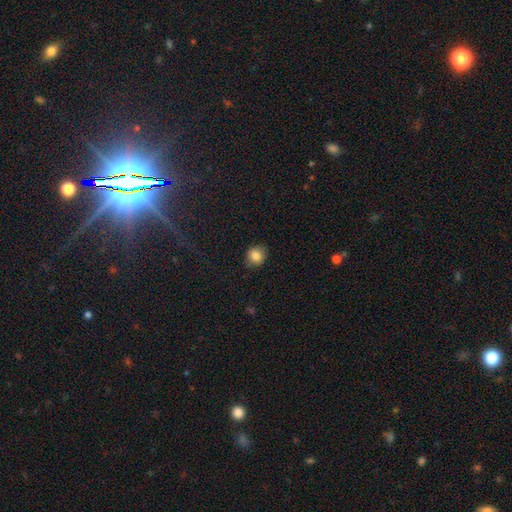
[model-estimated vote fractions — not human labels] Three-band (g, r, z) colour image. It shows a smooth galaxy with no disk features (83%) that is round (86%). Merging: none (84%).